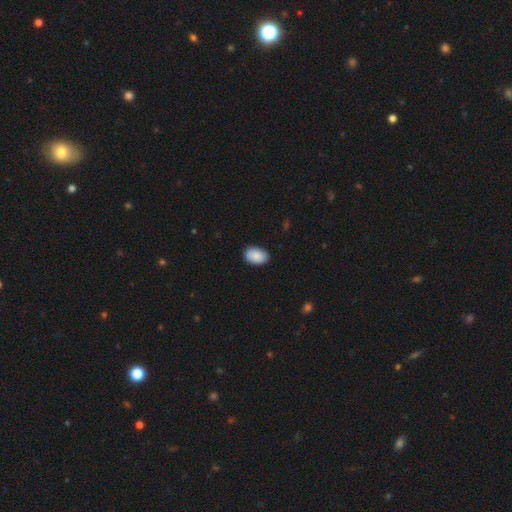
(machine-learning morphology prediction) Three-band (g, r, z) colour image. It shows a smooth galaxy with no disk features (89%) that is in between round and cigar-shaped (89%). Merging: none (87%).